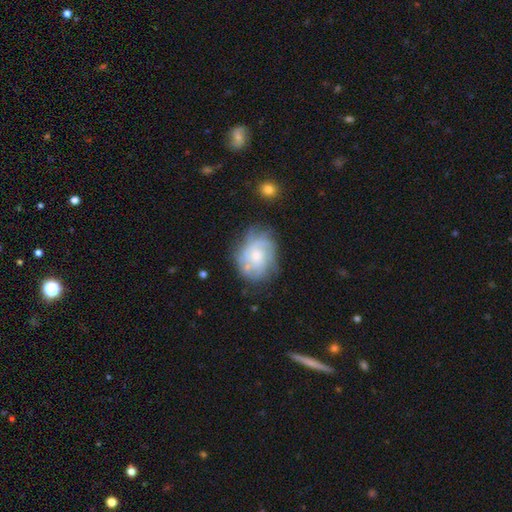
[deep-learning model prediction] Morphology: type=featured or disk (70%); edge-on=no (97%); bar=no (77%); spiral arms=yes (85%); winding=tight (56%); arm count=can't tell (48%); bulge=small (43%, tied with moderate); merging=none (64%).